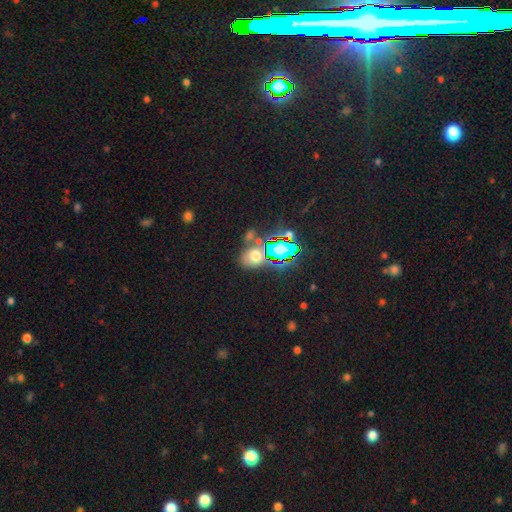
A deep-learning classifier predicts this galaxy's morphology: smooth_or_featured: smooth (p=0.53) [alt: star or artifact p=0.35]
how_rounded: in between (p=0.54) [alt: round p=0.44]
merging: none (p=0.62) [alt: merger p=0.18]